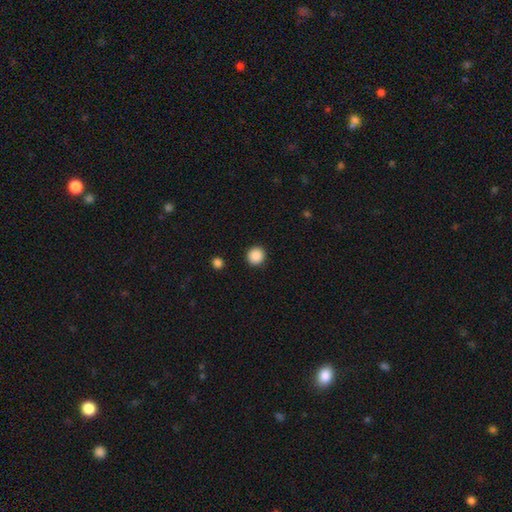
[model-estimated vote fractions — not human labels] This is clearly a smooth galaxy (89%). How rounded: clearly round (94%). Merging: clearly none (92%).